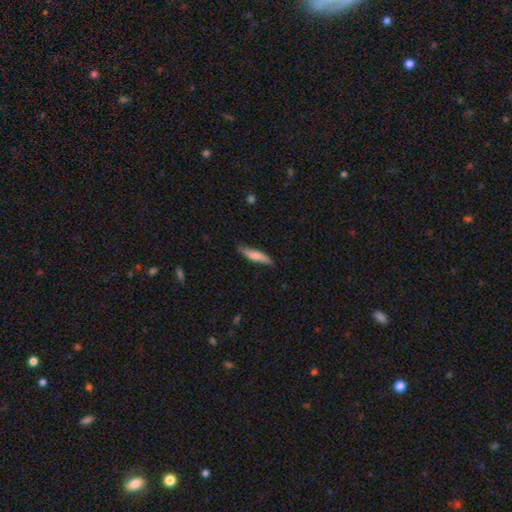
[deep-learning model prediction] Smooth or featured?
  - smooth: 72% *
  - featured or disk: 22%
  - star or artifact: 5%
How rounded?
  - cigar-shaped: 77% *
  - in between: 21%
  - round: 2%
Merging?
  - none: 77% *
  - minor disturbance: 18%
  - major disturbance: 3%
  - merger: 1%